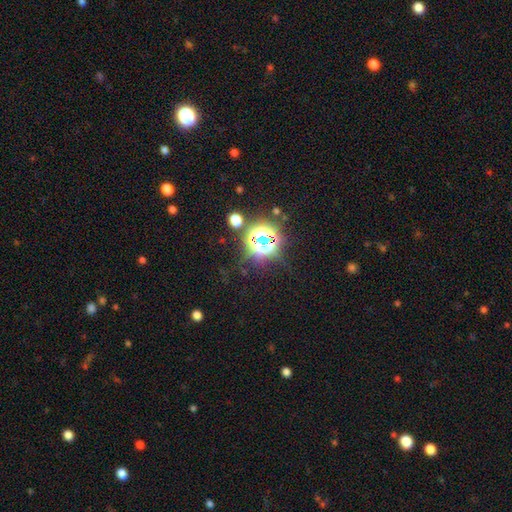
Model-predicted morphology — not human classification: This appears to be a star or artifact, not a galaxy (83%).